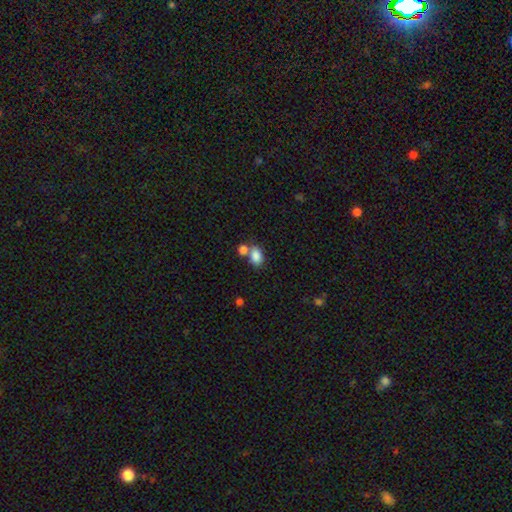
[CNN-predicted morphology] smooth 84%, star or artifact 9%, featured or disk 7%. Down the decision tree: how rounded — in between (78%); merging — none (45%).